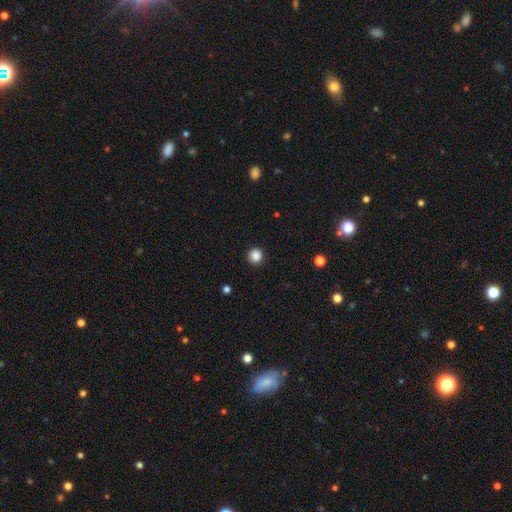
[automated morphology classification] type=smooth (86%); roundness=round (94%); merging=none (92%).